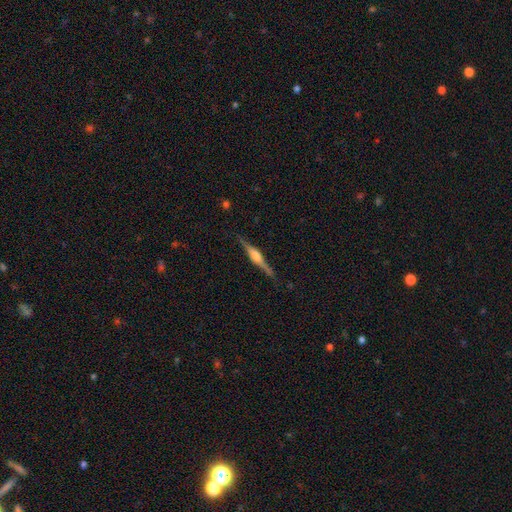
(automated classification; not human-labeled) smooth-or-featured: featured or disk: 82% | smooth: 13% | star or artifact: 6%
  disk-edge-on: yes: 98% | no: 2%
    edge-on-bulge: rounded: 81% | boxy: 15% | none: 4%
  merging: none: 88% | minor disturbance: 9% | major disturbance: 2% | merger: 1%